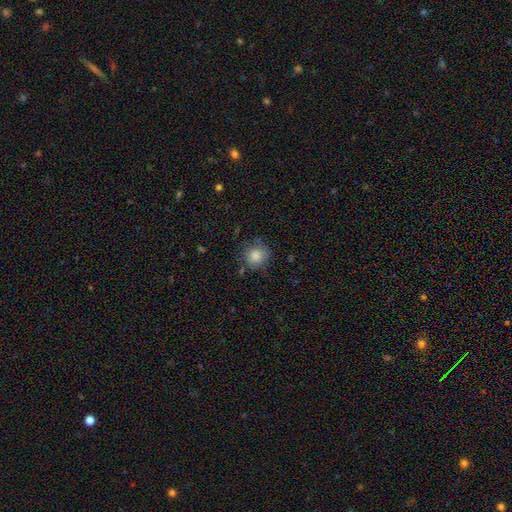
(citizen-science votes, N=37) Q: Smooth or featured?
A: smooth (95%); runner-up: featured or disk (3%)
Q: How rounded?
A: round (94%); runner-up: in between (6%)
Q: Merging?
A: none (56%); runner-up: minor disturbance (39%)